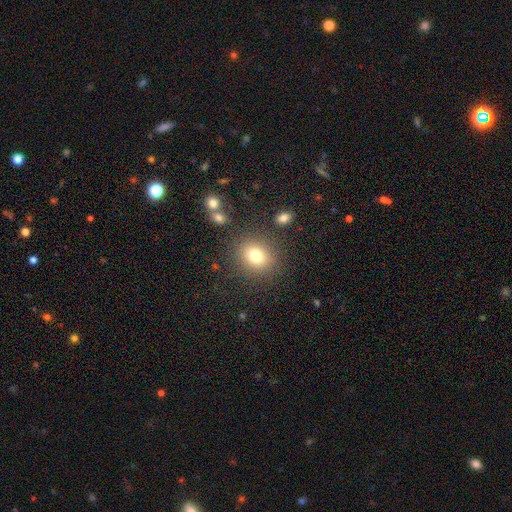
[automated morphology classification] smooth_or_featured: smooth (p=0.79) [alt: star or artifact p=0.12]
how_rounded: round (p=0.73) [alt: in between p=0.26]
merging: none (p=0.84) [alt: minor disturbance p=0.09]